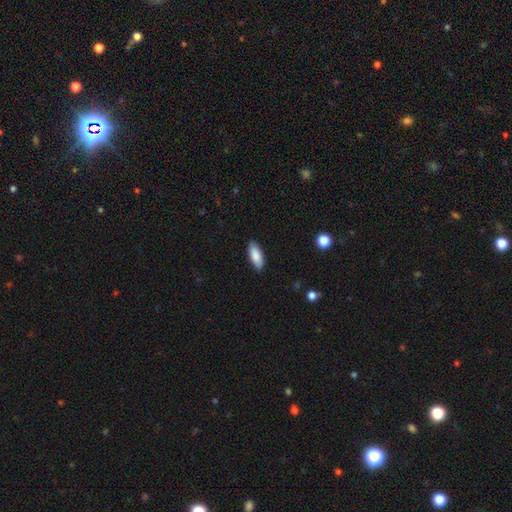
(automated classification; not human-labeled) The model was most divided on "how rounded": in between: 80%, cigar-shaped: 18%, round: 2%. More confident: merging — none (87%); smooth or featured — smooth (86%).